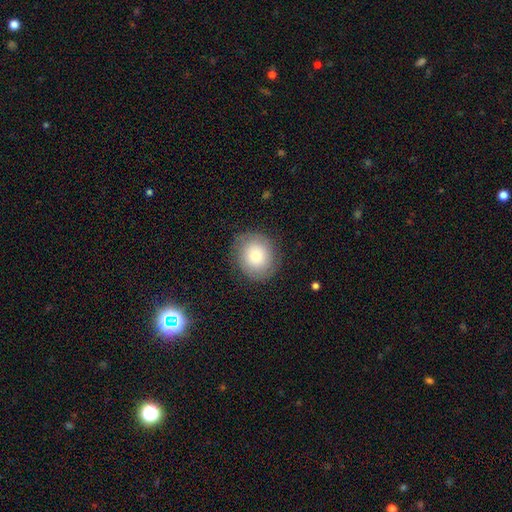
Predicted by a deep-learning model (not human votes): Smooth or featured? Predicted: smooth (p=0.72). How rounded? Predicted: round (p=0.81). Merging? Predicted: none (p=0.83).